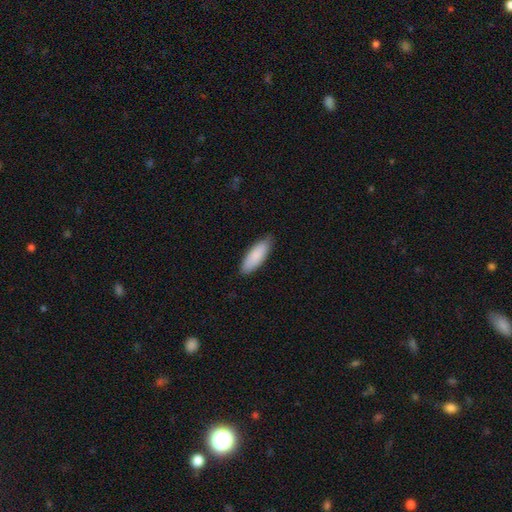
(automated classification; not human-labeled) This is clearly a smooth galaxy (87%). How rounded: likely in between (61%). Merging: clearly none (84%).